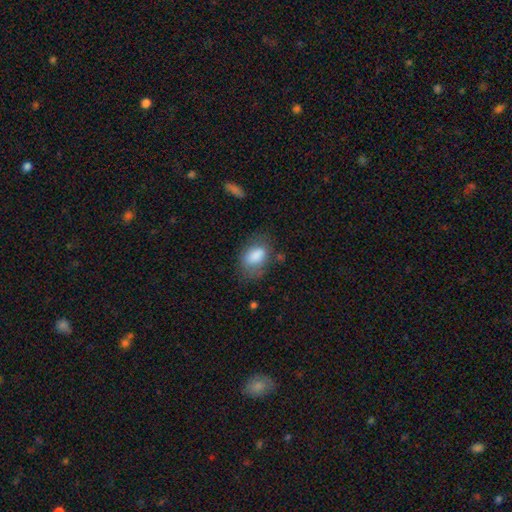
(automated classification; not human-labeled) Overall: smooth (83%). How rounded: in between (86%). Merging: none (58%; minor disturbance 26%).